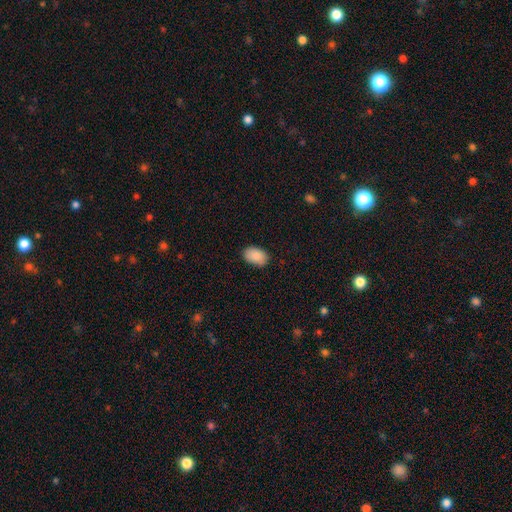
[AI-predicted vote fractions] smooth 89%, star or artifact 7%, featured or disk 5%. Down the decision tree: how rounded — in between (89%); merging — none (84%).